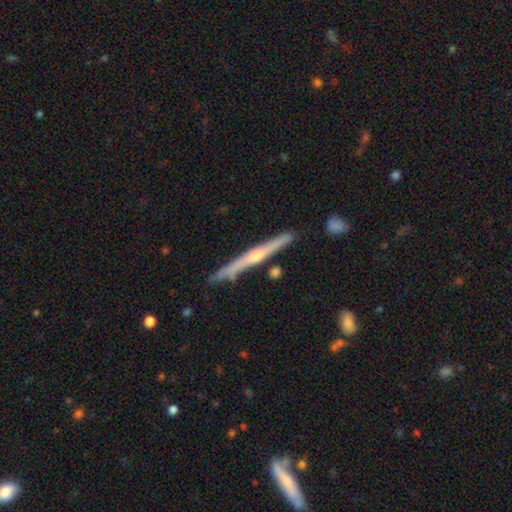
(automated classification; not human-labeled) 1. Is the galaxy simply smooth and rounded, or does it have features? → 77% featured or disk, 17% smooth, 6% star or artifact.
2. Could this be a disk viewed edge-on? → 98% yes, 2% no.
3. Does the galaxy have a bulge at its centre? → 77% rounded, 19% none, 5% boxy.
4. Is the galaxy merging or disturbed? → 88% none, 8% minor disturbance, 2% merger, 2% major disturbance.